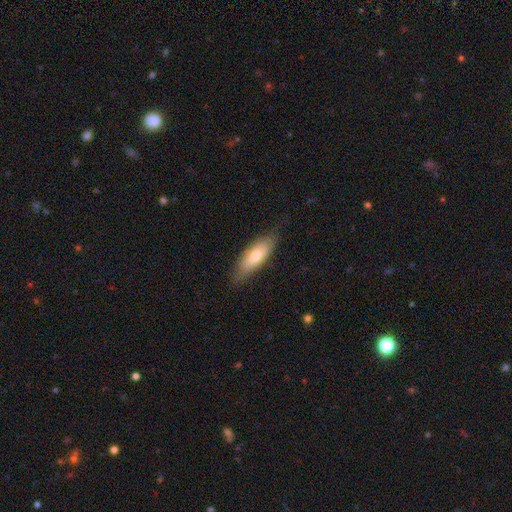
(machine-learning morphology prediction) This is likely a smooth galaxy (71%). How rounded: likely in between (62%). Merging: likely none (77%).